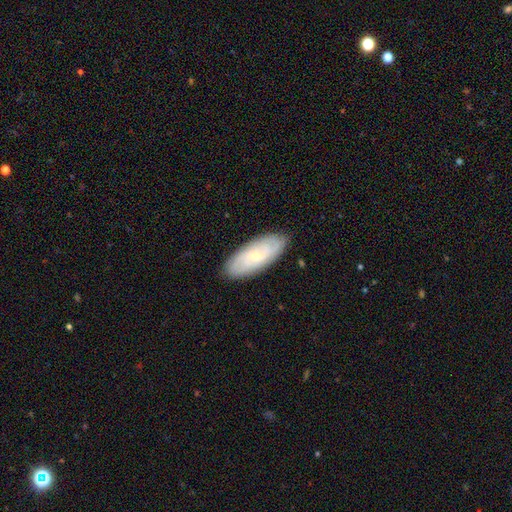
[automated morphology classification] smooth_or_featured: featured or disk (p=0.57) [alt: smooth p=0.37]
disk_edge_on: no (p=0.88) [alt: yes p=0.12]
merging: none (p=0.86) [alt: minor disturbance p=0.11]